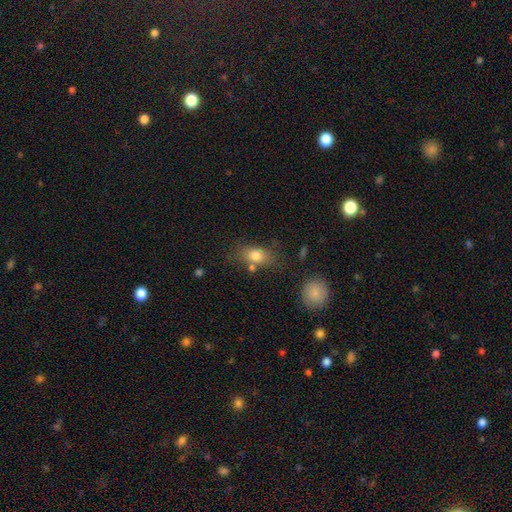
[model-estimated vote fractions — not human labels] Smooth or featured? smooth (78%)
How rounded? in between (74%)
Merging? none (64%)